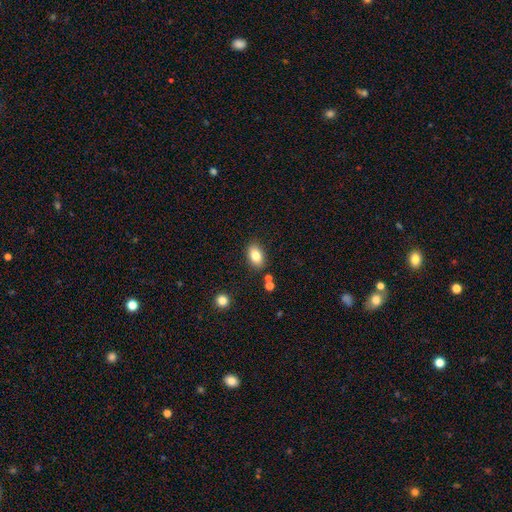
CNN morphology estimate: Overall: smooth (82%). How rounded: in between (89%). Merging: none (84%).